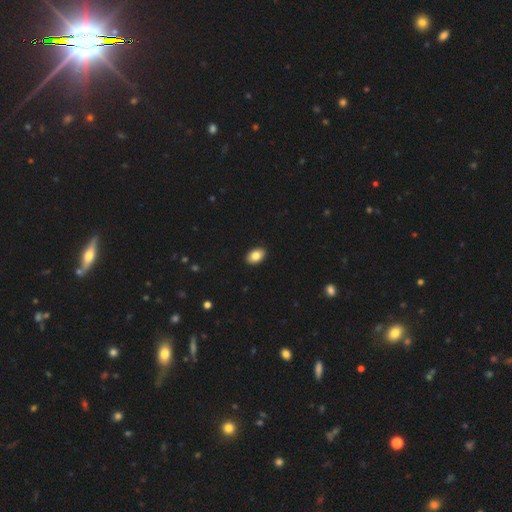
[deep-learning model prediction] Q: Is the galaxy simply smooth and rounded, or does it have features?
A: smooth — 85%.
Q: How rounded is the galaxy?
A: in between — 87%.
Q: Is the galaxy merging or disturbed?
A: none — 91%.